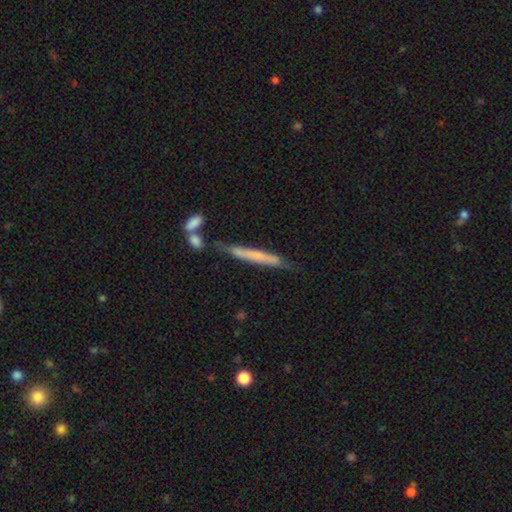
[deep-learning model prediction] A smooth galaxy with no disk features (51%) that is cigar-shaped (95%). Merging: none (65%).